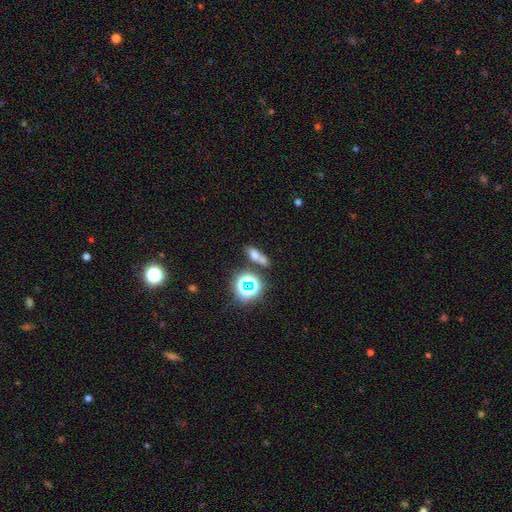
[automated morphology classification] smooth 60%, star or artifact 26%, featured or disk 15%. Down the decision tree: how rounded — in between (61%); merging — none (47%).